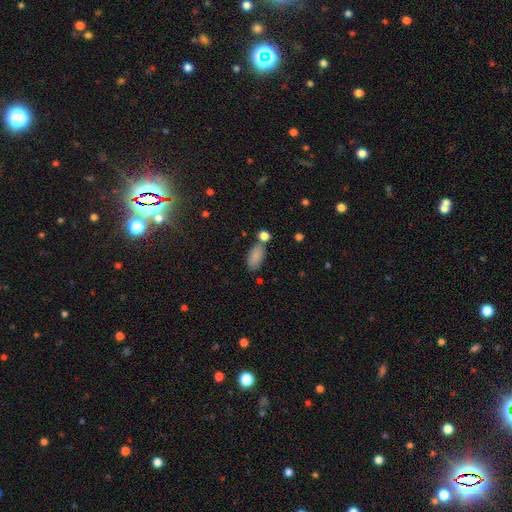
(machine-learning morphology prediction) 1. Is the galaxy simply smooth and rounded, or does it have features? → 85% smooth, 8% star or artifact, 6% featured or disk.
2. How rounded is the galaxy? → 88% in between, 9% cigar-shaped, 3% round.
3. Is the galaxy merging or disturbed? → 65% none, 16% merger, 15% minor disturbance, 5% major disturbance.